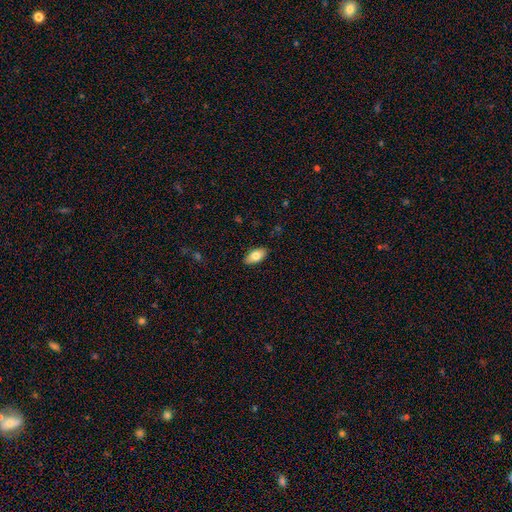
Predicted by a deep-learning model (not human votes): Smooth or featured?
  - smooth: 79% *
  - featured or disk: 14%
  - star or artifact: 7%
How rounded?
  - in between: 92% *
  - cigar-shaped: 5%
  - round: 3%
Merging?
  - none: 88% *
  - minor disturbance: 9%
  - major disturbance: 2%
  - merger: 1%